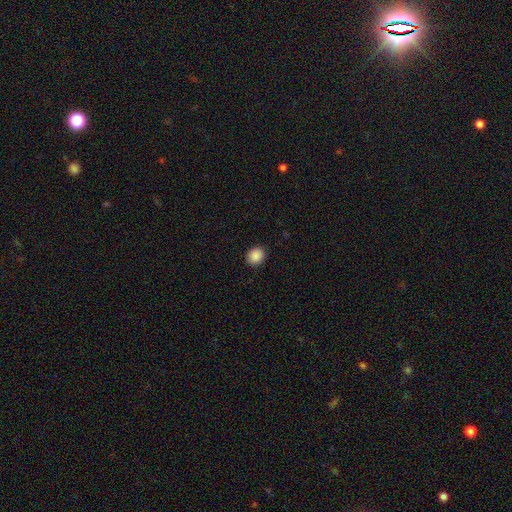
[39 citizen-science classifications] Volunteers were most divided on "how rounded": round: 68%, in between: 32%, cigar-shaped: 0%. More confident: smooth or featured — smooth (95%); merging — none (87%).